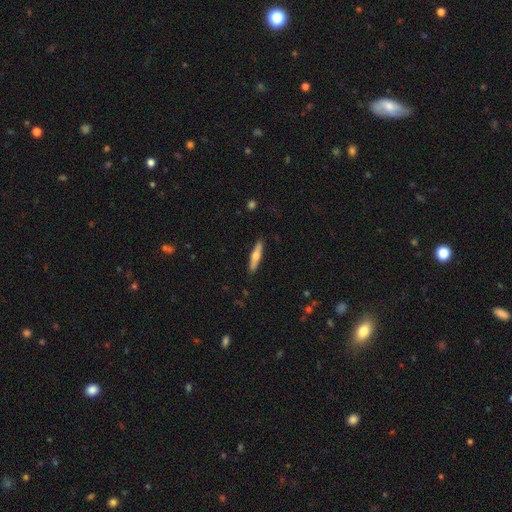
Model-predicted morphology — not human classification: A smooth galaxy with no disk features (48%). Merging: none (90%).